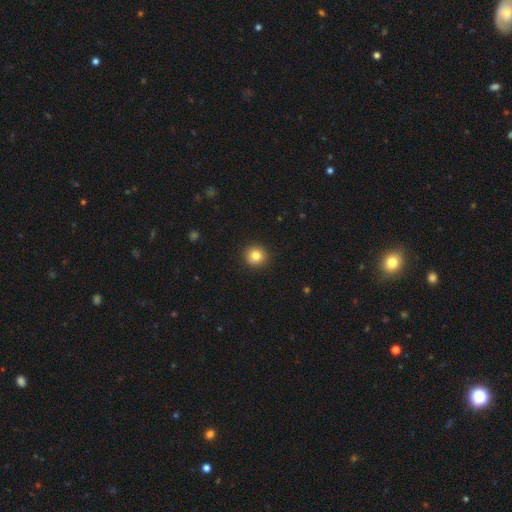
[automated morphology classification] This is clearly a smooth galaxy (82%). How rounded: clearly round (93%). Merging: clearly none (92%).